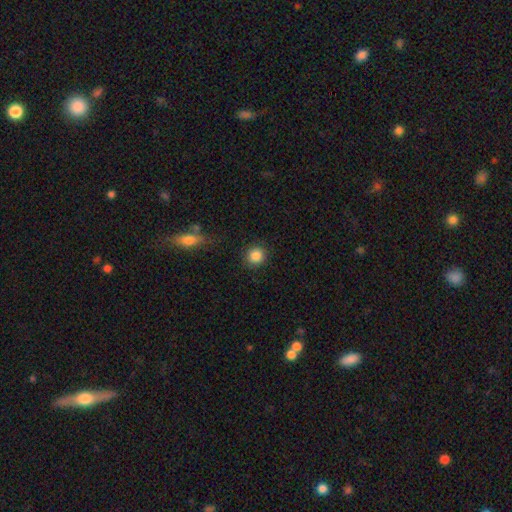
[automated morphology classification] The model was most divided on "smooth or featured": smooth: 86%, star or artifact: 9%, featured or disk: 4%. More confident: how rounded — round (91%); merging — none (88%).